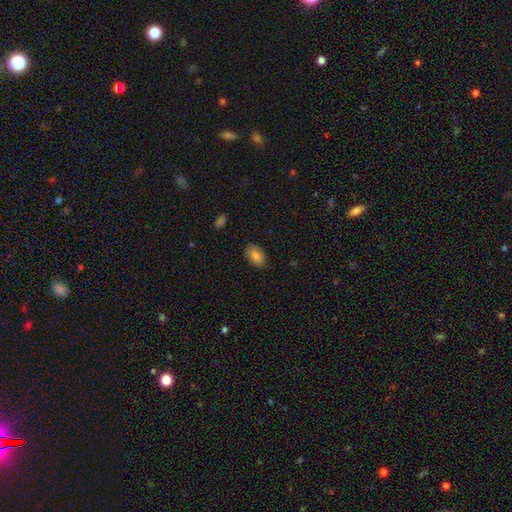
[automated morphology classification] smooth_or_featured: smooth (p=0.82) [alt: featured or disk p=0.11]
how_rounded: in between (p=0.88) [alt: round p=0.10]
merging: none (p=0.85) [alt: minor disturbance p=0.12]